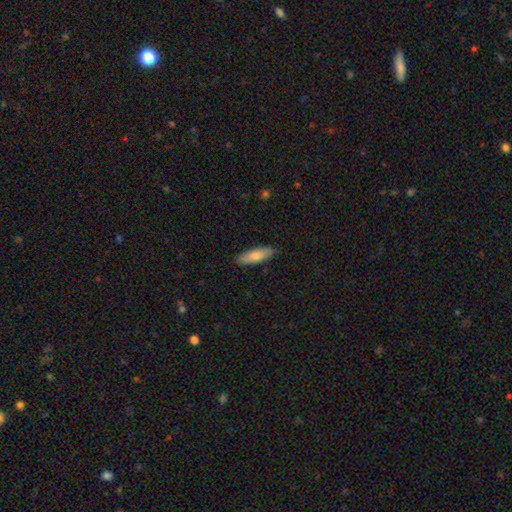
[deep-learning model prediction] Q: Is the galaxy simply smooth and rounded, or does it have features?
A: smooth — 77%.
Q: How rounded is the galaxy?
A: in between — 55%.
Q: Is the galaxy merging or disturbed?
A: none — 86%.